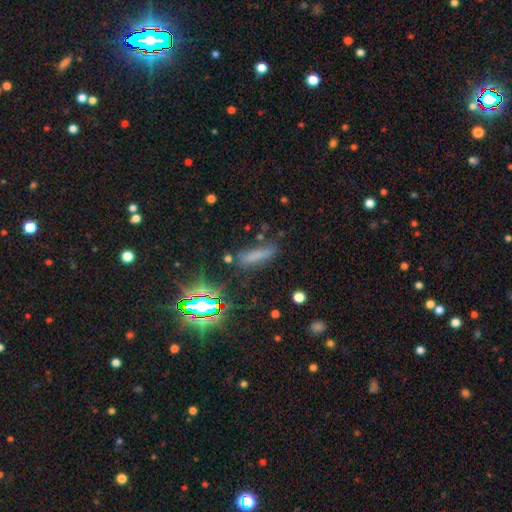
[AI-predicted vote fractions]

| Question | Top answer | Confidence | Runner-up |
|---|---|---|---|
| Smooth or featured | smooth | 62% | star or artifact (25%) |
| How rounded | cigar-shaped | 70% | in between (27%) |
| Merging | none | 64% | minor disturbance (21%) |